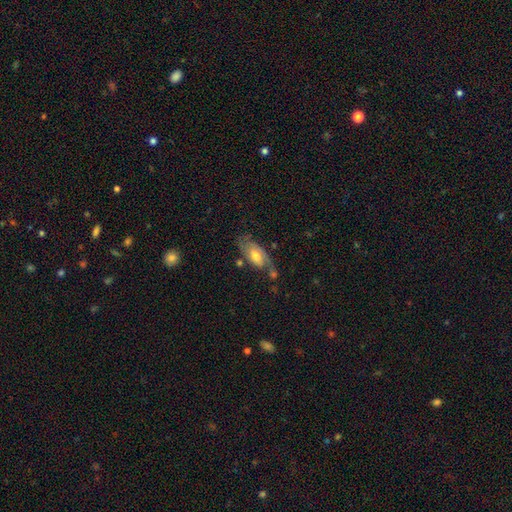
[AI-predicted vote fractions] smooth_or_featured: featured or disk (p=0.57) [alt: smooth p=0.36]
disk_edge_on: no (p=0.89) [alt: yes p=0.11]
bar: no (p=0.56) [alt: weak p=0.35]
has_spiral_arms: yes (p=0.80) [alt: no p=0.20]
bulge_size: moderate (p=0.59) [alt: small p=0.25]
merging: none (p=0.52) [alt: minor disturbance p=0.24]